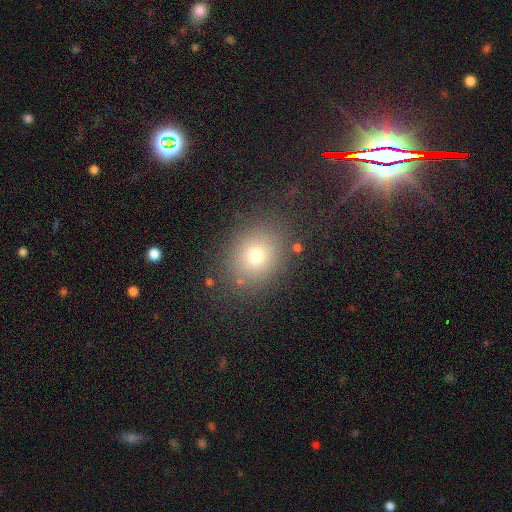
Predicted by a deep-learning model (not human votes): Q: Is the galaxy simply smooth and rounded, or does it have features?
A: smooth — 71%.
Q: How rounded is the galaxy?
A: round — 65%.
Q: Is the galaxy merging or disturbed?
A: none — 80%.